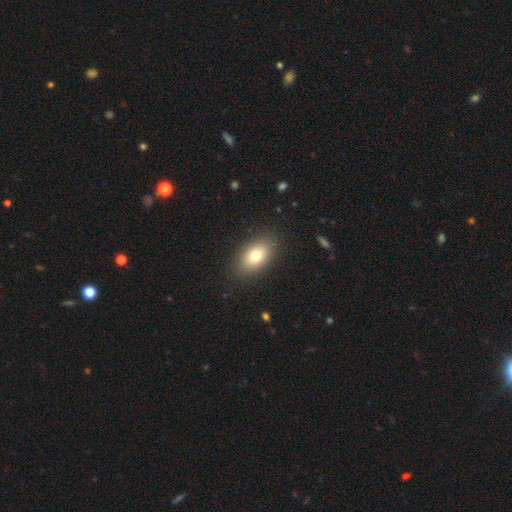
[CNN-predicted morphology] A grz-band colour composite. It shows a smooth galaxy with no disk features (77%) that is in between round and cigar-shaped (88%). Merging: none (87%).